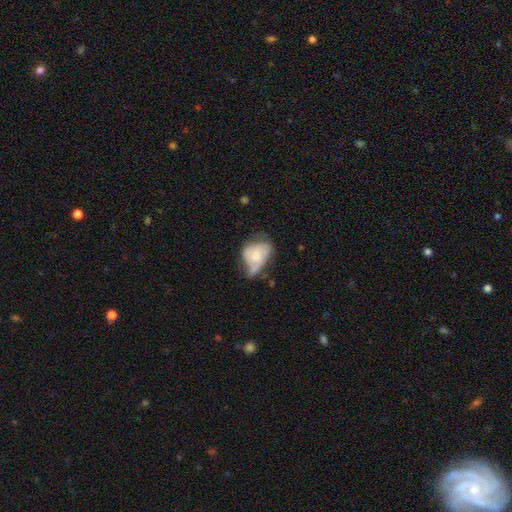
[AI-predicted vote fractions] Q: Smooth or featured?
A: smooth (53%); runner-up: featured or disk (40%)
Q: How rounded?
A: in between (74%); runner-up: round (25%)
Q: Merging?
A: minor disturbance (35%); runner-up: major disturbance (31%)